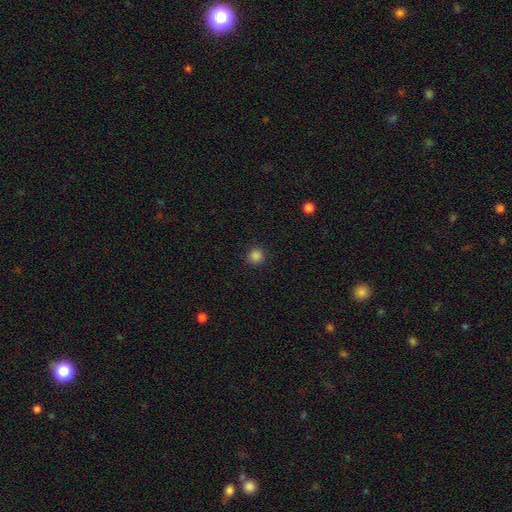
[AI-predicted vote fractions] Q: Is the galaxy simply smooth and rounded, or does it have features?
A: smooth — 85%.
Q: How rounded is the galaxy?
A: round — 92%.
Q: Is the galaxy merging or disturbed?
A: none — 90%.